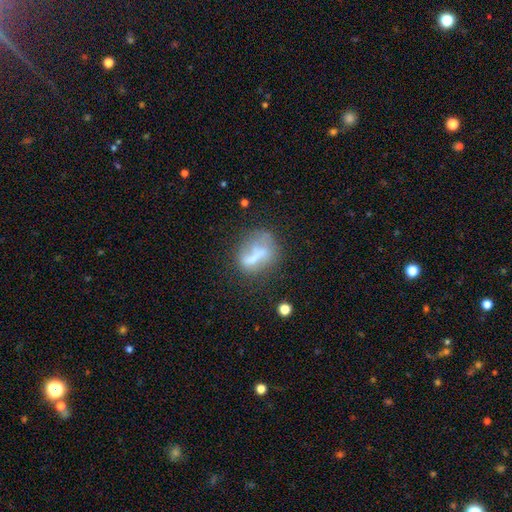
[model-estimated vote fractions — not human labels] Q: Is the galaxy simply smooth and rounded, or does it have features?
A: smooth — 47%.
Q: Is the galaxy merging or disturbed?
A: none — 39%.